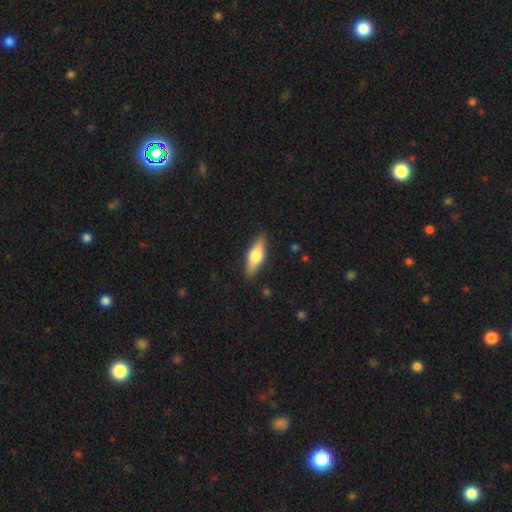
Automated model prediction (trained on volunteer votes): Morphology: type=smooth (50%); merging=none (87%).